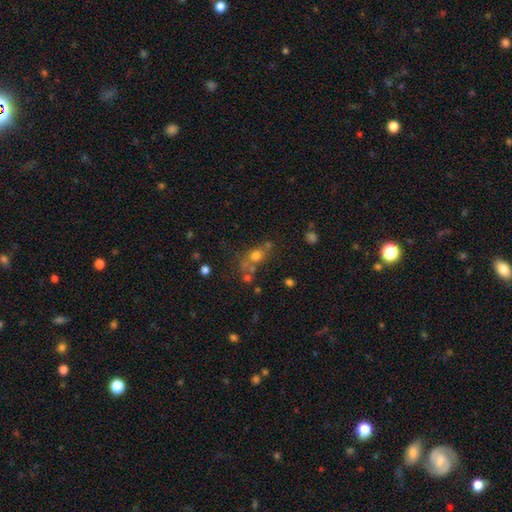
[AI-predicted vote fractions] This appears to be a smooth galaxy with no disk features (64%) that is round (58%). Merging: none (49%).